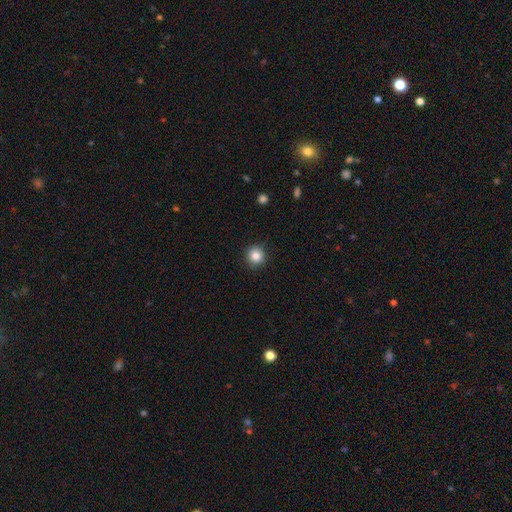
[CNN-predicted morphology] Smooth or featured? Predicted: smooth (p=0.85). How rounded? Predicted: round (p=0.93). Merging? Predicted: none (p=0.91).